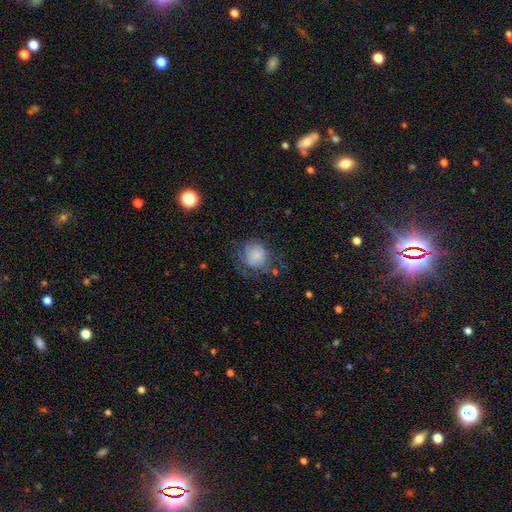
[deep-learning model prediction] Morphology: type=smooth (64%); roundness=round (81%); merging=none (47%).